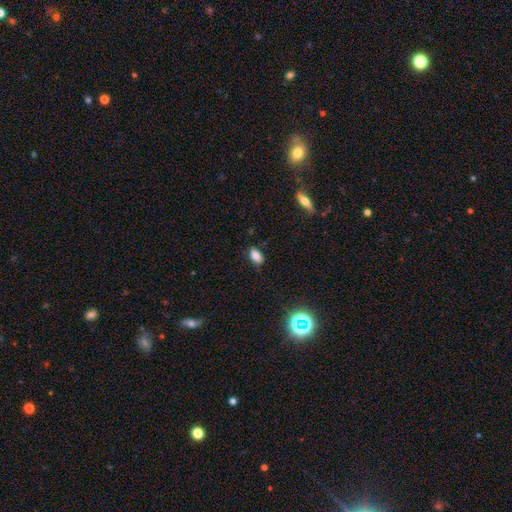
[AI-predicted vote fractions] Smooth or featured? Predicted: smooth (p=0.83). How rounded? Predicted: in between (p=0.89). Merging? Predicted: none (p=0.78).